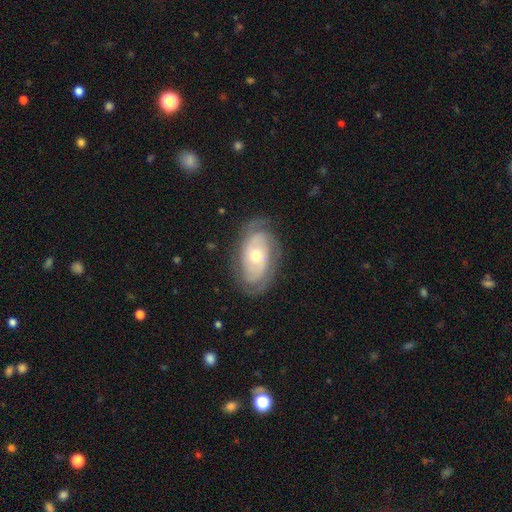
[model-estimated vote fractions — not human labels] Smooth or featured: featured or disk — 82% (smooth — 13%)
Edge-on disk: no — 95% (yes — 5%)
Bar: no — 76% (weak — 19%)
Spiral arms: yes — 92% (no — 8%)
Spiral winding: tight — 65% (medium — 27%)
Spiral arm count: 2 — 47% (can't tell — 26%)
Bulge size: moderate — 68% (small — 27%)
Merging: none — 77% (minor disturbance — 16%)